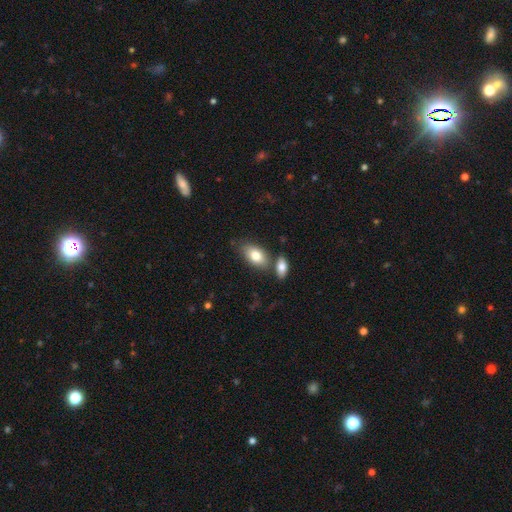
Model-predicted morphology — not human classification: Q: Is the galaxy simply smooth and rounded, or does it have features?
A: smooth — 81%.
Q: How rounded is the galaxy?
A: in between — 92%.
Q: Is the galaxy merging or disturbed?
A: none — 63%.